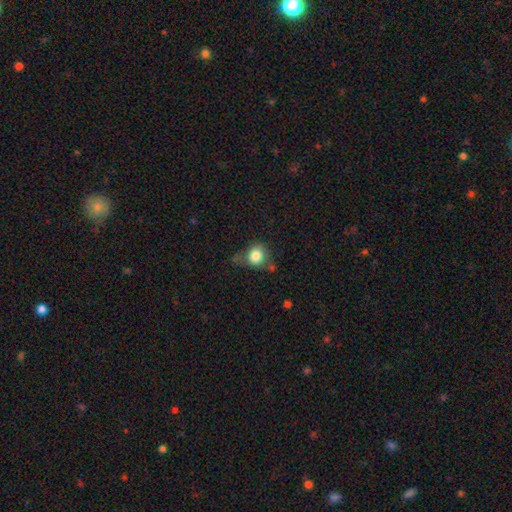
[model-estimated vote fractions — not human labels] smooth 83%, star or artifact 10%, featured or disk 8%. Down the decision tree: how rounded — round (77%); merging — none (55%).